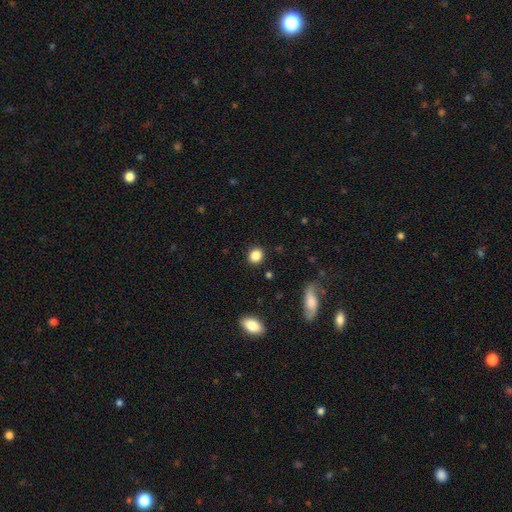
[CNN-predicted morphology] Q: Smooth or featured?
A: smooth (86%); runner-up: star or artifact (10%)
Q: How rounded?
A: round (80%); runner-up: in between (19%)
Q: Merging?
A: none (89%); runner-up: minor disturbance (7%)